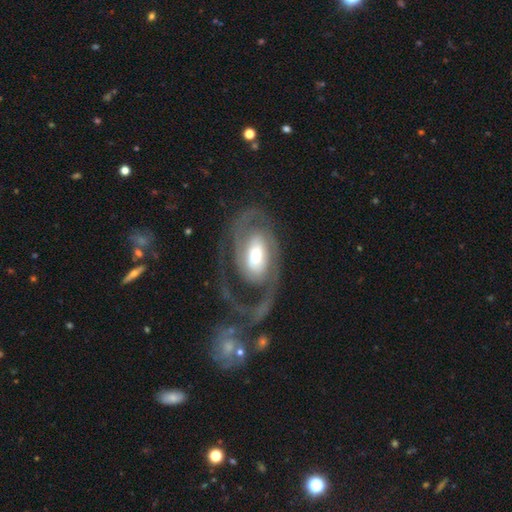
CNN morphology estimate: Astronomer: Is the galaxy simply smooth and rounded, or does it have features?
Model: featured or disk — 83%.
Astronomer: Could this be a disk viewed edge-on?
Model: no — 96%.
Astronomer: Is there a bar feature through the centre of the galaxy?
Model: no — 47% (runner-up: weak, 33%).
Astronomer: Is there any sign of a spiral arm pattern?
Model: yes — 89%.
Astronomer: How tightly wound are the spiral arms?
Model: tight — 46% (runner-up: medium, 35%).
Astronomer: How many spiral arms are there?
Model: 2 — 54%.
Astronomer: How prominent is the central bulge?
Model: moderate — 50%.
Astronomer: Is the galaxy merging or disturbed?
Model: none — 42% (runner-up: major disturbance, 37%).